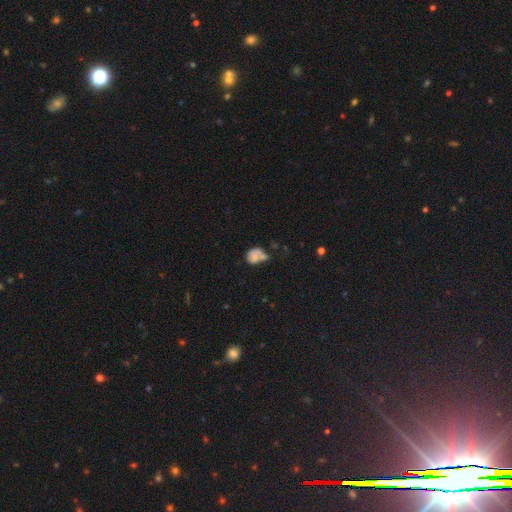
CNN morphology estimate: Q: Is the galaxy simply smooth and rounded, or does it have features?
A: smooth — 57%.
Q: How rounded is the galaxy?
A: in between — 55%.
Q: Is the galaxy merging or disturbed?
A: merger — 41%.